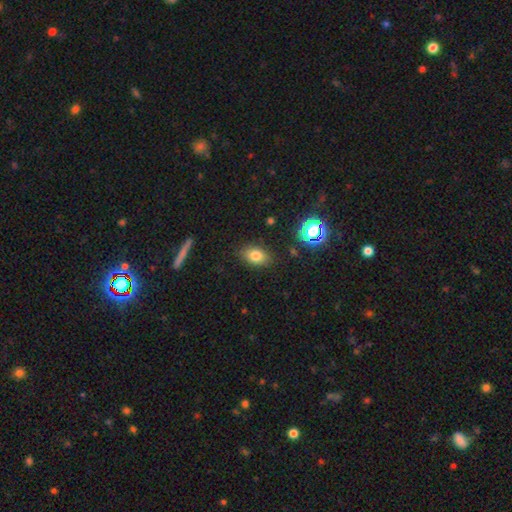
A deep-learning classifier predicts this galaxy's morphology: smooth 78%, star or artifact 13%, featured or disk 9%. Down the decision tree: how rounded — in between (79%); merging — none (85%).